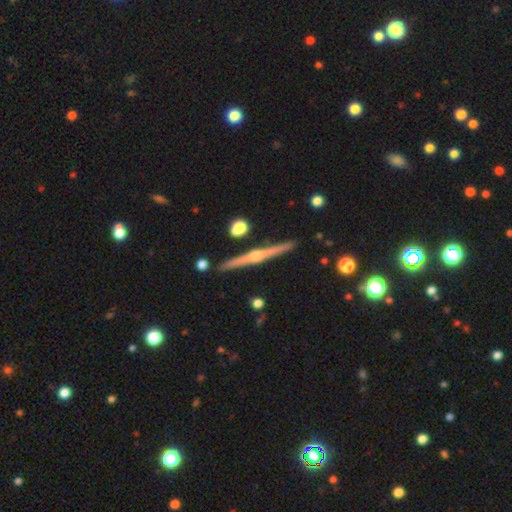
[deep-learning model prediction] A featured or disk galaxy (84%) viewed edge-on (99%) with a rounded central bulge (91%). Merging: none (92%).